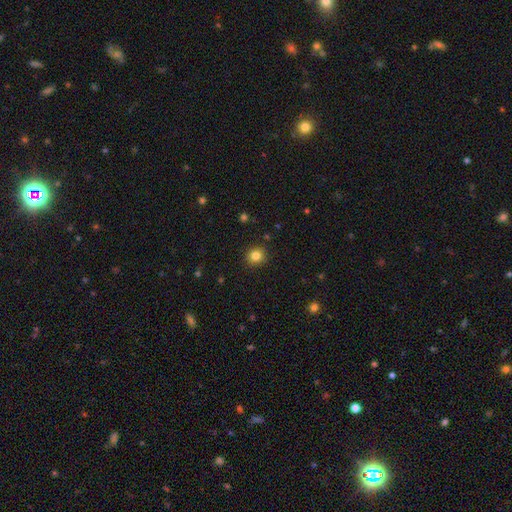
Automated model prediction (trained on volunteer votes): smooth 83%, star or artifact 12%, featured or disk 5%. Down the decision tree: how rounded — round (87%); merging — none (91%).